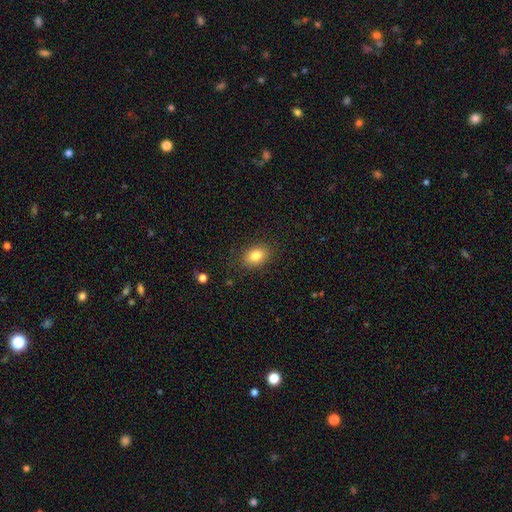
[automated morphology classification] A smooth galaxy with no disk features (82%) that is in between round and cigar-shaped (74%).

Vote fractions:
- Smooth or featured? smooth: 82% / star or artifact: 9% / featured or disk: 9%
- How rounded? in between: 74% / round: 25% / cigar-shaped: 1%
- Merging? none: 86% / minor disturbance: 10% / major disturbance: 3% / merger: 1%